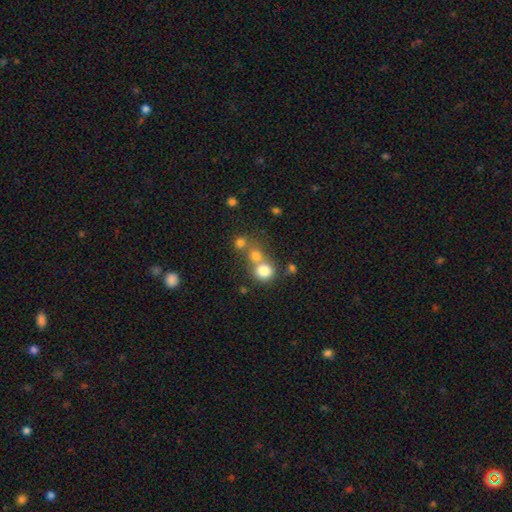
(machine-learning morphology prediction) The model was most divided on "merging": none: 45%, merger: 44%, minor disturbance: 7%, major disturbance: 4%. More confident: how rounded — round (83%); smooth or featured — smooth (75%).